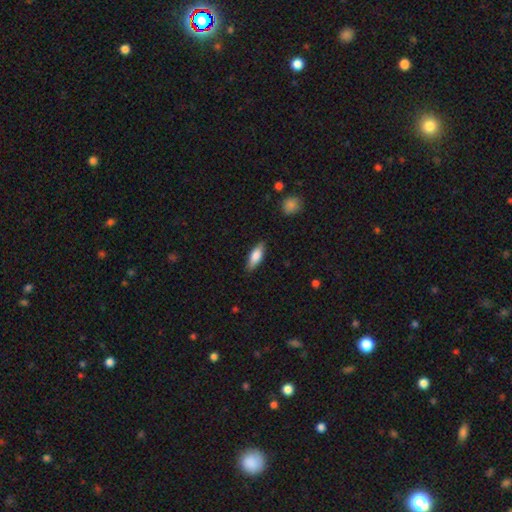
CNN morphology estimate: Overall: smooth (74%). How rounded: in between (62%; cigar-shaped 36%). Merging: none (85%).